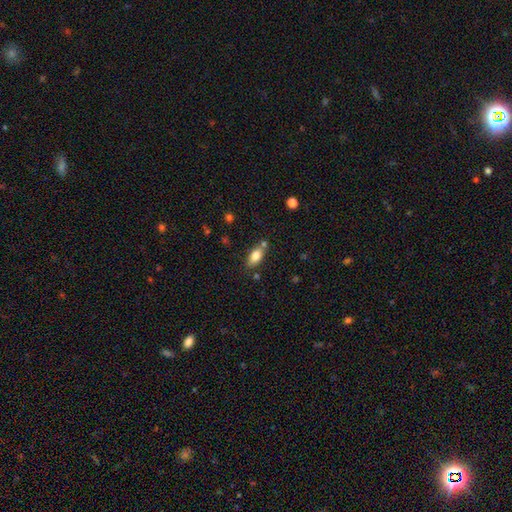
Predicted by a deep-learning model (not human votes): Morphology: type=smooth (78%); roundness=in between (86%); merging=none (69%).